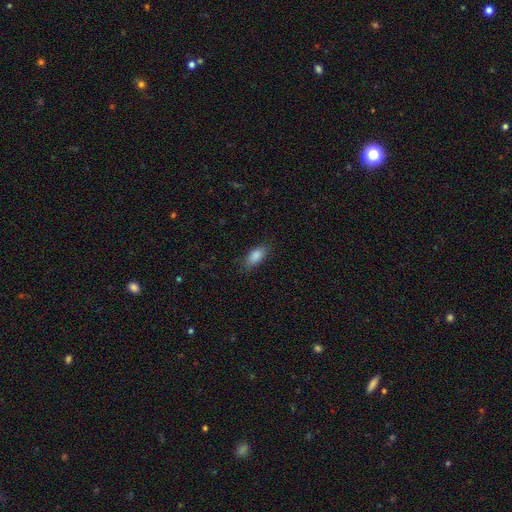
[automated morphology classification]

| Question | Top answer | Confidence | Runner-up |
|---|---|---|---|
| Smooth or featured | smooth | 87% | star or artifact (7%) |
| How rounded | in between | 85% | cigar-shaped (12%) |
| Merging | none | 83% | minor disturbance (13%) |